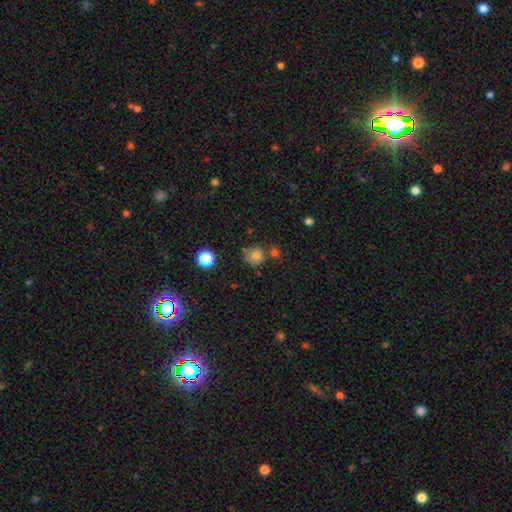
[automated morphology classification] Smooth or featured?
  - smooth: 78% *
  - star or artifact: 14%
  - featured or disk: 8%
How rounded?
  - round: 86% *
  - in between: 13%
  - cigar-shaped: 1%
Merging?
  - none: 63% *
  - minor disturbance: 17%
  - merger: 14%
  - major disturbance: 6%